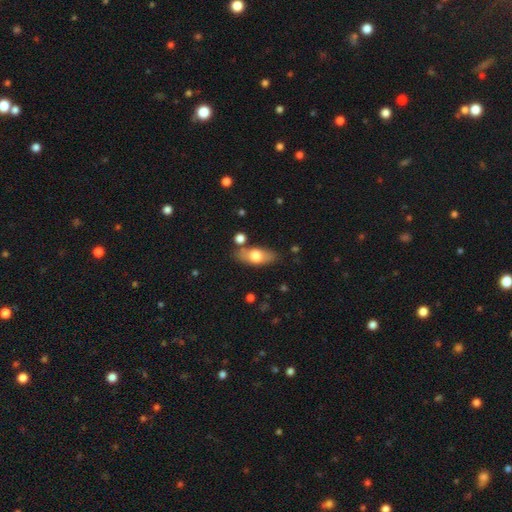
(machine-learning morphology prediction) Q: Smooth or featured?
A: smooth (66%); runner-up: featured or disk (27%)
Q: How rounded?
A: in between (80%); runner-up: cigar-shaped (15%)
Q: Merging?
A: none (77%); runner-up: minor disturbance (14%)